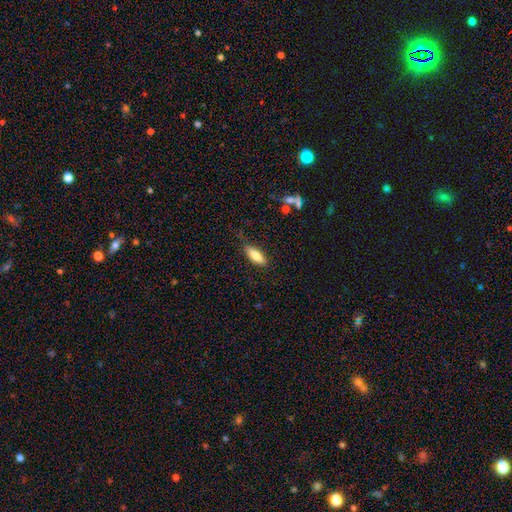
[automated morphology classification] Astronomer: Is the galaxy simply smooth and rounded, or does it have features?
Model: smooth — 79%.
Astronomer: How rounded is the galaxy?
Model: in between — 65%.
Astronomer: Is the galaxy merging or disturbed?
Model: none — 78%.